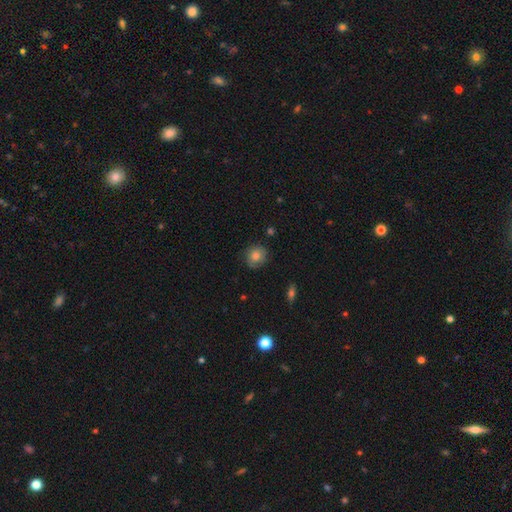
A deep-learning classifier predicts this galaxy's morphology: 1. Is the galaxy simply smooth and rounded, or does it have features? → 75% smooth, 16% featured or disk, 9% star or artifact.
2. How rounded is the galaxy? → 81% round, 17% in between, 1% cigar-shaped.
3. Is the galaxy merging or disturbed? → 77% none, 18% minor disturbance, 4% major disturbance, 1% merger.